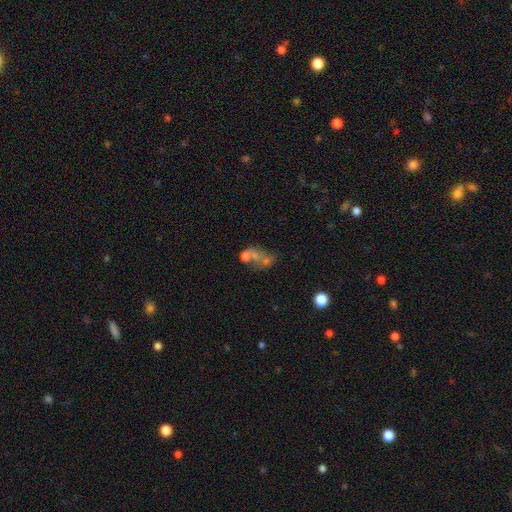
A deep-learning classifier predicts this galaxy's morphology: smooth 41%, featured or disk 33%, star or artifact 27%. Down the decision tree: merging — merger (40%).